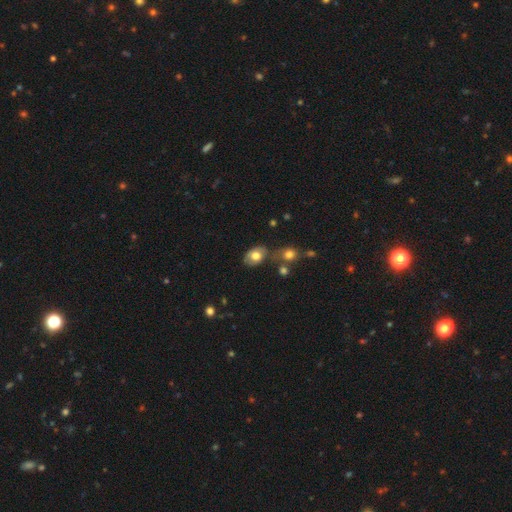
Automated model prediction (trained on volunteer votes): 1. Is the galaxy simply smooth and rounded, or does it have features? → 73% smooth, 19% featured or disk, 8% star or artifact.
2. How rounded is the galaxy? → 80% in between, 18% round, 1% cigar-shaped.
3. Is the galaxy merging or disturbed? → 57% none, 21% minor disturbance, 15% merger, 7% major disturbance.